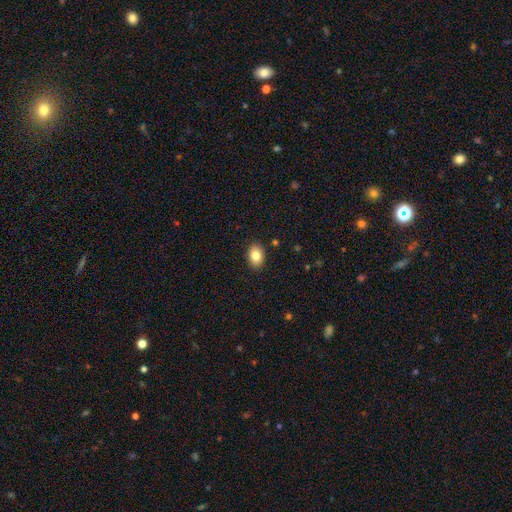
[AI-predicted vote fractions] Morphology: type=smooth (83%); roundness=in between (82%); merging=none (89%).